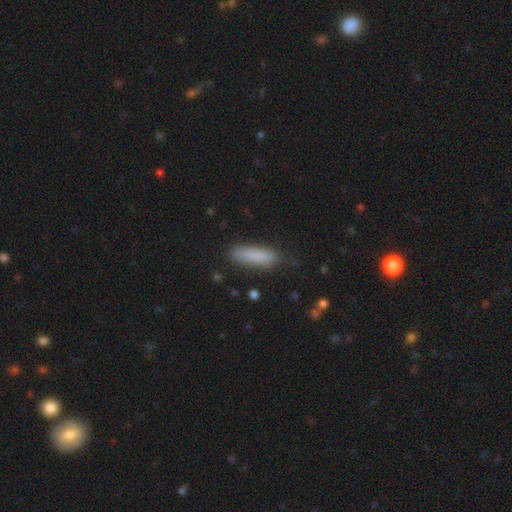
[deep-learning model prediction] Morphology: type=smooth (86%); roundness=cigar-shaped (65%); merging=none (83%).